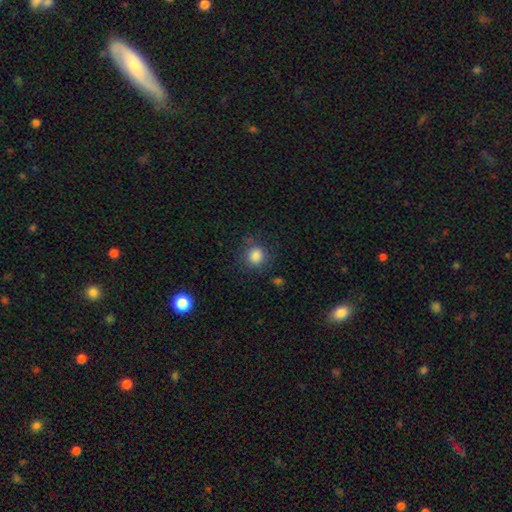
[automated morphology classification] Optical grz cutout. It shows a smooth galaxy with no disk features (84%) that is round (86%). Merging: none (75%).